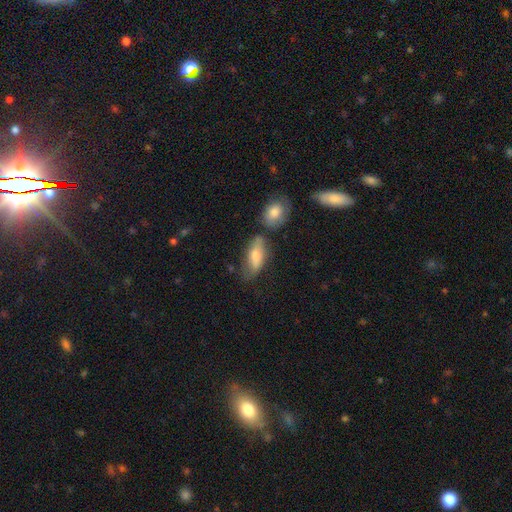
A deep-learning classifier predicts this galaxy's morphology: This is likely a smooth galaxy (69%). How rounded: likely in between (77%). Merging: possibly none (52%).